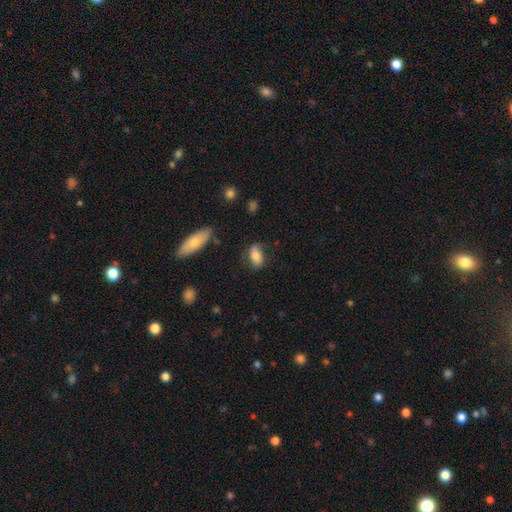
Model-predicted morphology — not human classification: Smooth or featured? smooth (72%)
How rounded? in between (88%)
Merging? none (66%)